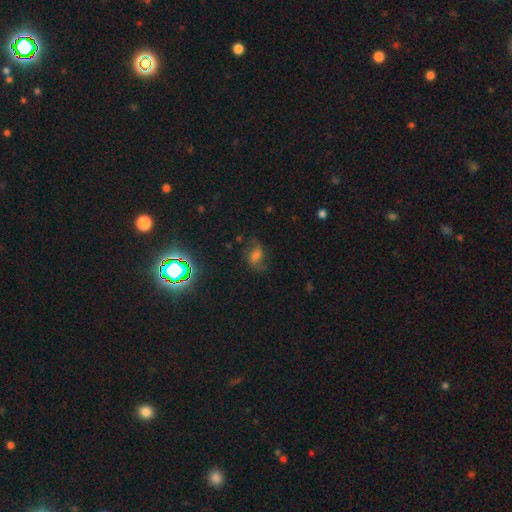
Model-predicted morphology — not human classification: This is possibly a featured or disk galaxy (47%). Merging: likely none (64%).